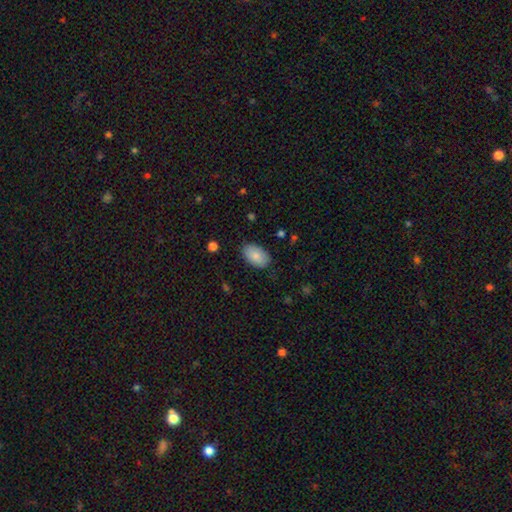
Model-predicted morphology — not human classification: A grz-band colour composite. It shows a smooth galaxy with no disk features (85%) that is in between round and cigar-shaped (94%). Merging: none (83%).